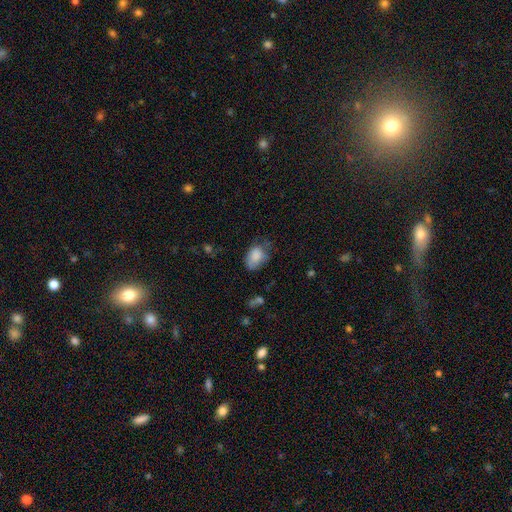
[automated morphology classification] Q: Smooth or featured?
A: smooth (82%); runner-up: featured or disk (10%)
Q: How rounded?
A: in between (80%); runner-up: round (19%)
Q: Merging?
A: none (47%); runner-up: minor disturbance (35%)